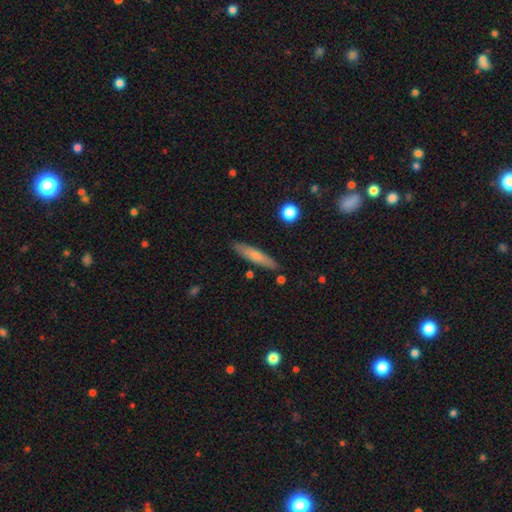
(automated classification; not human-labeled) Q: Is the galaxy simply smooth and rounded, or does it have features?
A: smooth — 67%.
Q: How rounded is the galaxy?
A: cigar-shaped — 85%.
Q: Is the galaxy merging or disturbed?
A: none — 86%.